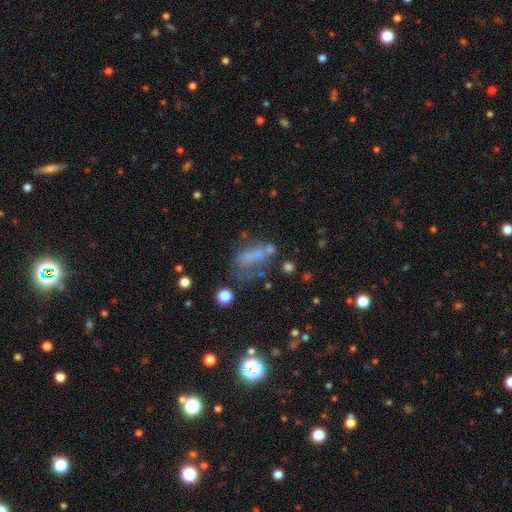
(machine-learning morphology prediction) A smooth galaxy with no disk features (50%) that is in between round and cigar-shaped (61%).

Vote fractions:
- Smooth or featured? smooth: 50% / featured or disk: 29% / star or artifact: 21%
- How rounded? in between: 61% / cigar-shaped: 31% / round: 7%
- Merging? none: 35% / major disturbance: 29% / minor disturbance: 22% / merger: 14%